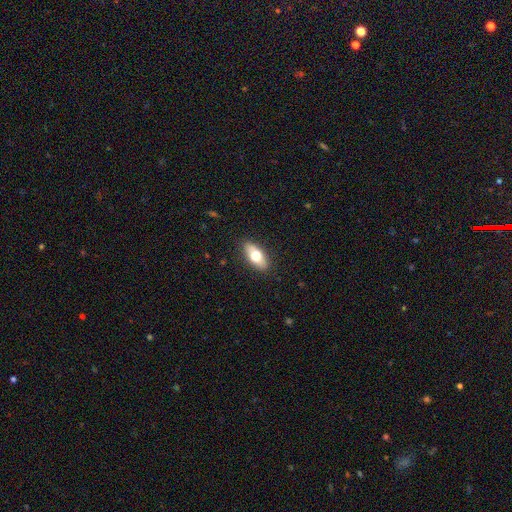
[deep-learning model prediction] Smooth or featured?
  - smooth: 66% *
  - featured or disk: 27%
  - star or artifact: 7%
How rounded?
  - in between: 84% *
  - cigar-shaped: 12%
  - round: 4%
Merging?
  - none: 87% *
  - minor disturbance: 9%
  - major disturbance: 2%
  - merger: 1%